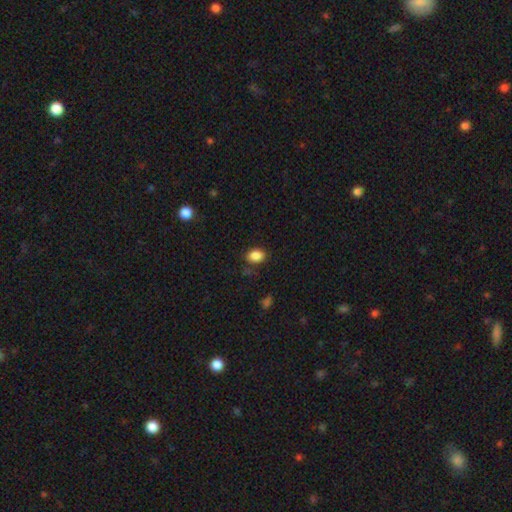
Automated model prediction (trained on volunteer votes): A smooth galaxy with no disk features (87%) that is in between round and cigar-shaped (73%). Merging: none (82%).